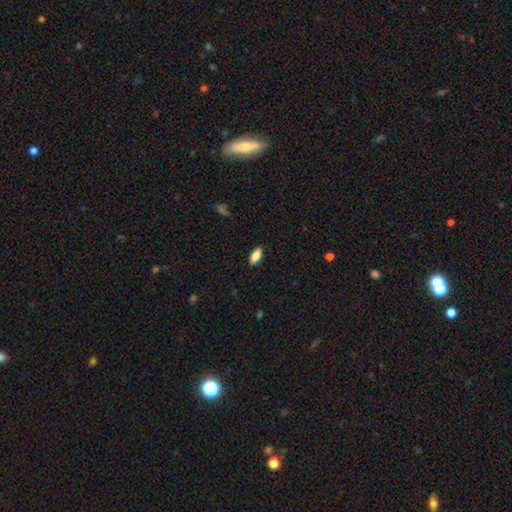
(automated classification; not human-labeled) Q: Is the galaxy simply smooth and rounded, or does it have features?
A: smooth — 86%.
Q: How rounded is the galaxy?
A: in between — 86%.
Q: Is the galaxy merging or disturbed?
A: none — 89%.